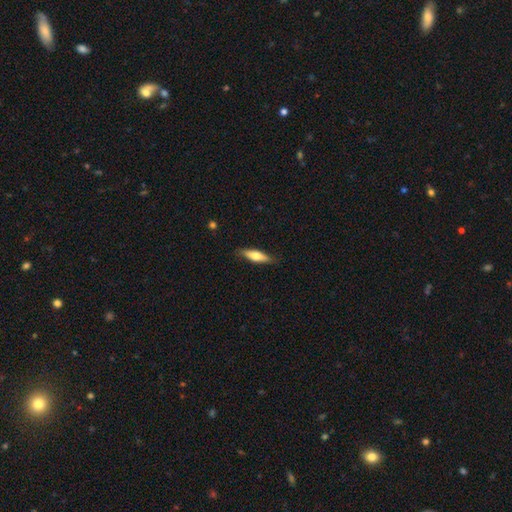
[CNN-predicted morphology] A smooth galaxy with no disk features (65%) that is cigar-shaped (61%).

Vote fractions:
- Smooth or featured? smooth: 65% / featured or disk: 30% / star or artifact: 6%
- How rounded? cigar-shaped: 61% / in between: 37% / round: 2%
- Merging? none: 84% / minor disturbance: 12% / major disturbance: 2% / merger: 1%